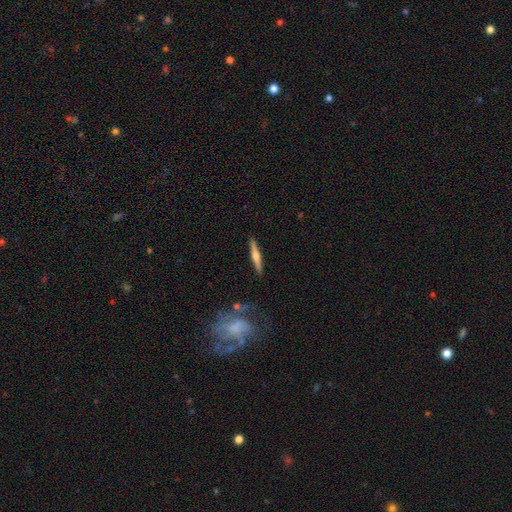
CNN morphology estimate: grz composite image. It shows a featured or disk galaxy (58%) viewed edge-on (97%) with a rounded central bulge (83%). Merging: none (89%).